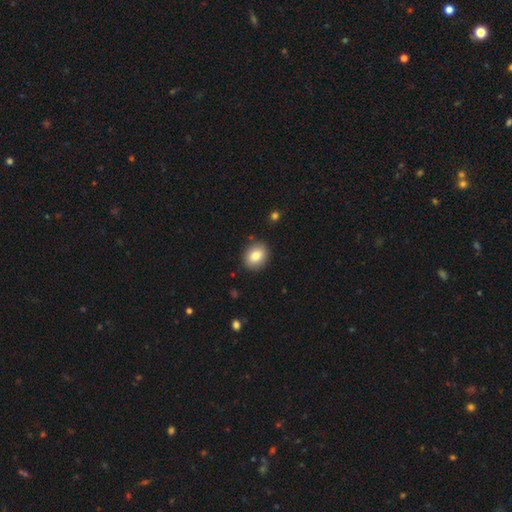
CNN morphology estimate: Smooth or featured: smooth — 82% (featured or disk — 9%)
How rounded: in between — 51% (round — 48%)
Merging: none — 88% (minor disturbance — 9%)